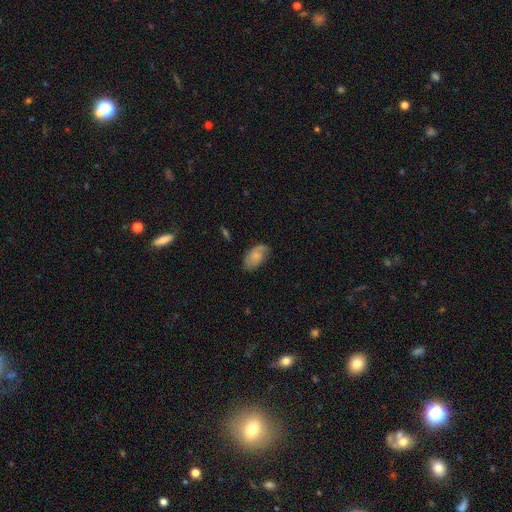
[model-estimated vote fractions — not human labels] Smooth or featured? Predicted: smooth (p=0.53). How rounded? Predicted: in between (p=0.92). Merging? Predicted: none (p=0.72).